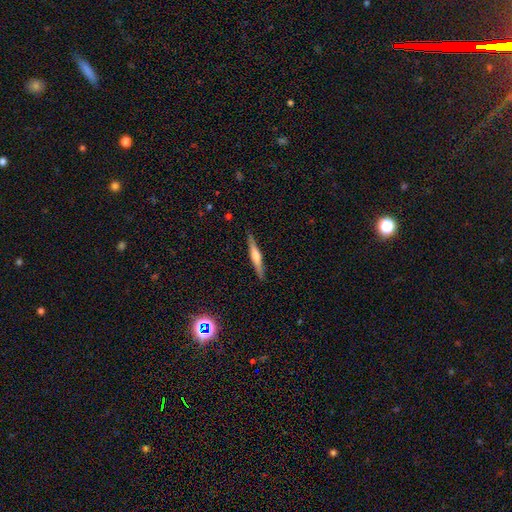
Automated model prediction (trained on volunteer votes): A featured or disk galaxy (58%) viewed edge-on (97%) with a rounded central bulge (74%).

Vote fractions:
- Smooth or featured? featured or disk: 58% / smooth: 36% / star or artifact: 6%
- Edge-on disk? yes: 97% / no: 3%
- Edge-on bulge? rounded: 74% / boxy: 15% / none: 11%
- Merging? none: 90% / minor disturbance: 7% / major disturbance: 2% / merger: 1%